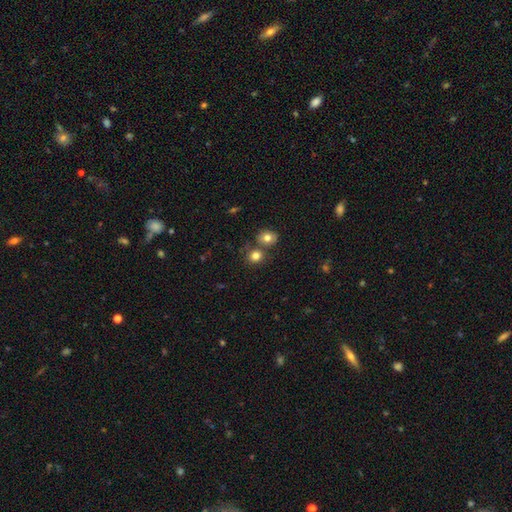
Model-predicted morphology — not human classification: The model was most divided on "merging": none: 61%, merger: 26%, minor disturbance: 9%, major disturbance: 3%. More confident: smooth or featured — smooth (80%); how rounded — round (77%).